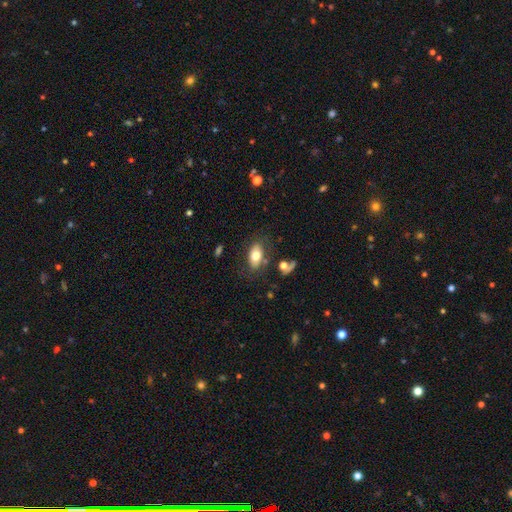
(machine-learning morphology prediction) Smooth or featured? smooth (73%)
How rounded? in between (90%)
Merging? none (71%)